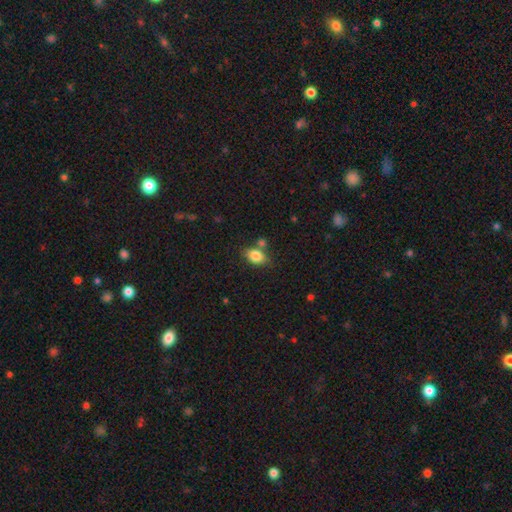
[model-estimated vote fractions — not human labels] smooth_or_featured: smooth (p=0.84) [alt: star or artifact p=0.09]
how_rounded: in between (p=0.79) [alt: round p=0.19]
merging: none (p=0.64) [alt: merger p=0.16]